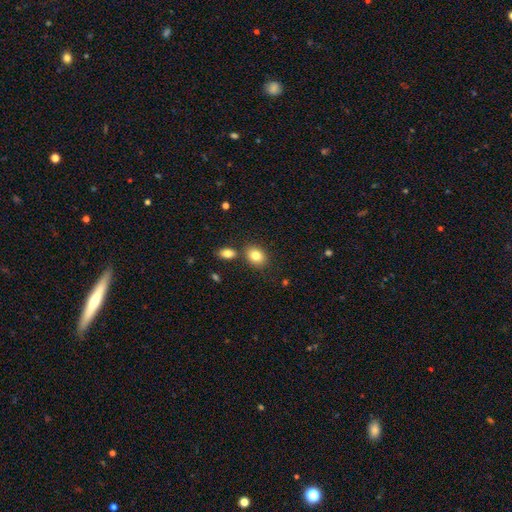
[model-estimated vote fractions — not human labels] smooth 82%, star or artifact 9%, featured or disk 8%. Down the decision tree: how rounded — in between (57%); merging — none (74%).